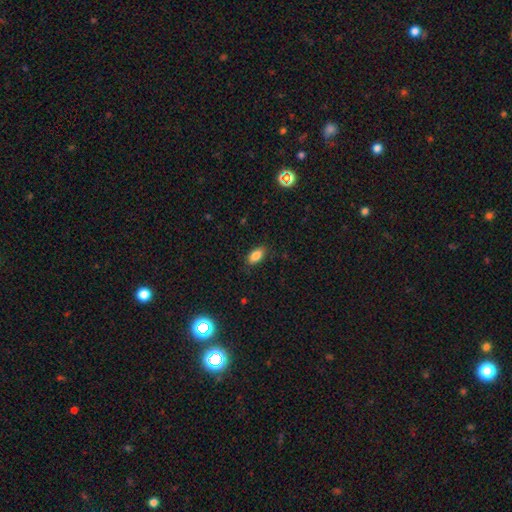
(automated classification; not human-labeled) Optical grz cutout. It shows a smooth galaxy with no disk features (85%) that is in between round and cigar-shaped (90%). Merging: none (86%).